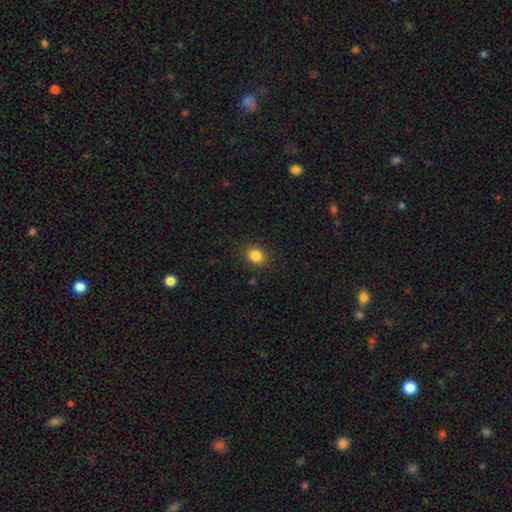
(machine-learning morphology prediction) type=smooth (85%); roundness=round (57%); merging=none (89%).